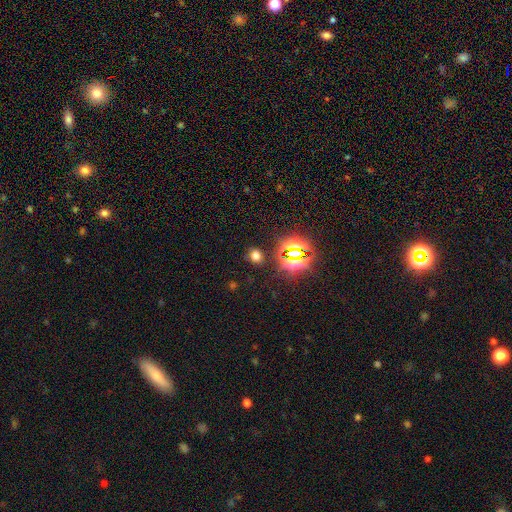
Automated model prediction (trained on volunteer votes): A smooth galaxy with no disk features (60%) that is round (63%). Merging: none (85%).